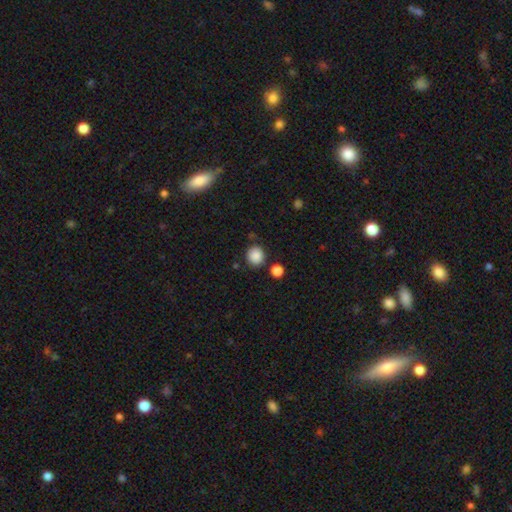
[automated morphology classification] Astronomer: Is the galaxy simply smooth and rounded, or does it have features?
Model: smooth — 87%.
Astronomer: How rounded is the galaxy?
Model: round — 88%.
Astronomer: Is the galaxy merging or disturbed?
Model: none — 83%.